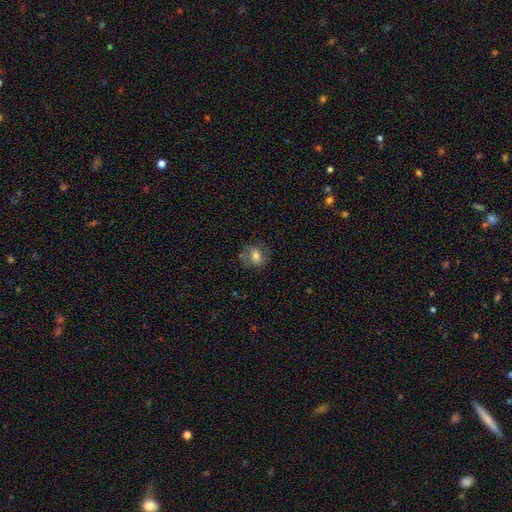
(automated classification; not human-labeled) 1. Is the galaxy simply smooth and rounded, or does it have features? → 66% smooth, 24% featured or disk, 10% star or artifact.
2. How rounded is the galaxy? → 65% round, 34% in between, 1% cigar-shaped.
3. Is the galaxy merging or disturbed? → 74% none, 17% minor disturbance, 7% major disturbance, 2% merger.